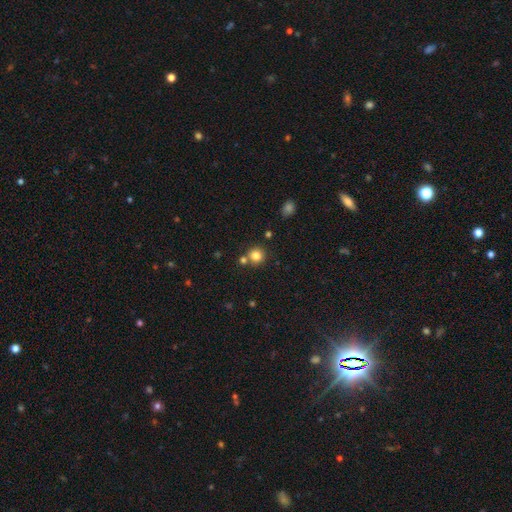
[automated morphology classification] A smooth galaxy with no disk features (81%) that is round (92%).

Vote fractions:
- Smooth or featured? smooth: 81% / star or artifact: 12% / featured or disk: 6%
- How rounded? round: 92% / in between: 7% / cigar-shaped: 1%
- Merging? none: 73% / merger: 16% / minor disturbance: 8% / major disturbance: 3%